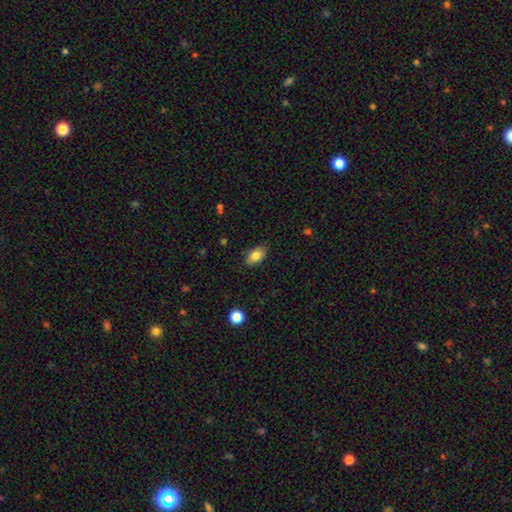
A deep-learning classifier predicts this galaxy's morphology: Smooth or featured?
  - smooth: 81% *
  - featured or disk: 11%
  - star or artifact: 8%
How rounded?
  - in between: 91% *
  - round: 6%
  - cigar-shaped: 3%
Merging?
  - none: 84% *
  - minor disturbance: 12%
  - major disturbance: 2%
  - merger: 1%